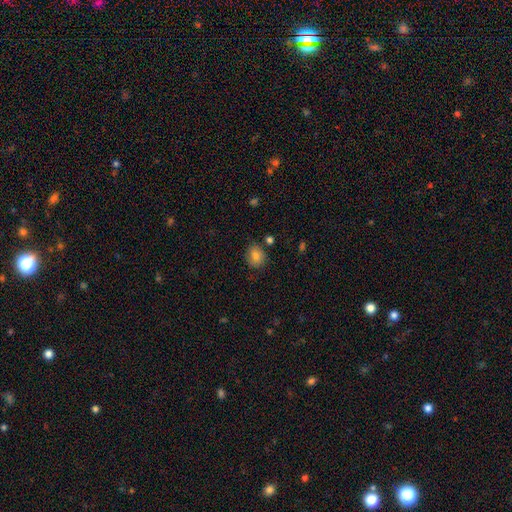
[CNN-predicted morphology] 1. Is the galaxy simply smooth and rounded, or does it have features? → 80% smooth, 10% featured or disk, 9% star or artifact.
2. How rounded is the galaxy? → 66% round, 33% in between, 1% cigar-shaped.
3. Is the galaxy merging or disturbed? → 77% none, 16% minor disturbance, 4% major disturbance, 3% merger.